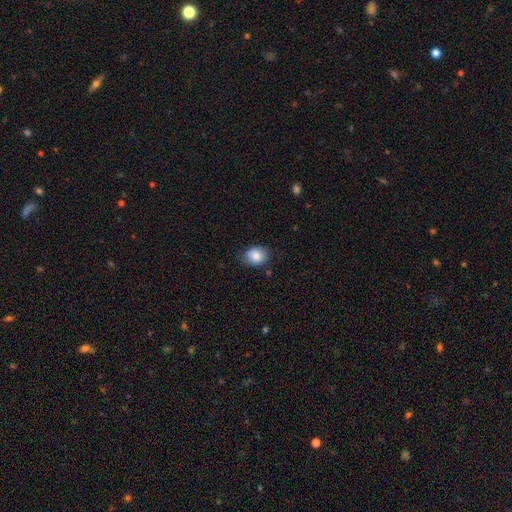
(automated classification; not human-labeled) smooth 82%, featured or disk 10%, star or artifact 8%. Down the decision tree: how rounded — in between (50%, tied with round); merging — none (76%).